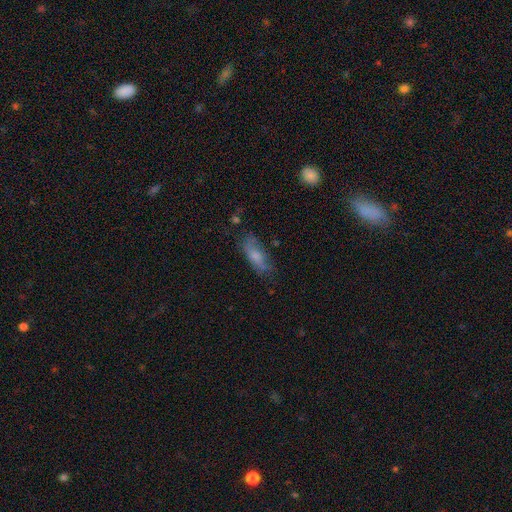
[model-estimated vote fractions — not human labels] A smooth galaxy with no disk features (65%) that is in between round and cigar-shaped (66%). Merging: none (61%).